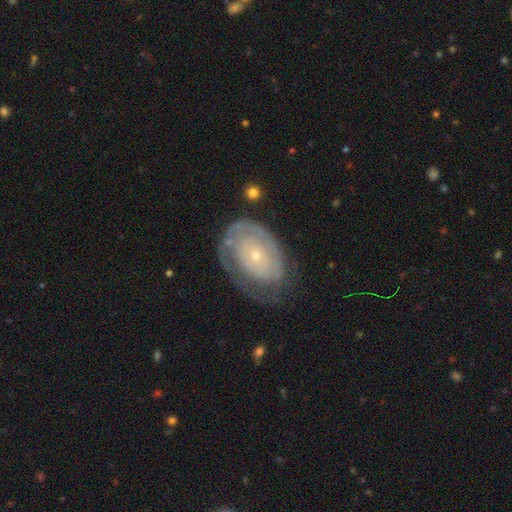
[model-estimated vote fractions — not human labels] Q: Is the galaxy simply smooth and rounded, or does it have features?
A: featured or disk — 72%.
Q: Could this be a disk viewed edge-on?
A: no — 95%.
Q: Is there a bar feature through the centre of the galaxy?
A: no — 86%.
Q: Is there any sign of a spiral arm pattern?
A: yes — 70%.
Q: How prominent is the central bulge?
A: small — 78%.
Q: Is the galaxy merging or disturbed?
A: none — 59%.